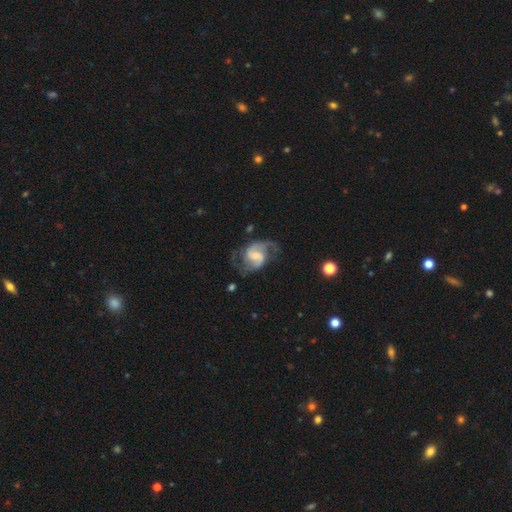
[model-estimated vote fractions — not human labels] A featured or disk galaxy (86%) with a weak bar (55%), 2 (88%) medium (51%) spiral arms (96%) and a small central bulge (45%).

Vote fractions:
- Smooth or featured? featured or disk: 86% / smooth: 9% / star or artifact: 5%
- Edge-on disk? no: 98% / yes: 2%
- Bar? weak: 55% / no: 28% / strong: 18%
- Spiral arms? yes: 96% / no: 4%
- Spiral winding? medium: 51% / loose: 34% / tight: 15%
- Spiral arm count? 2: 88% / can't tell: 5% / 1: 3% / 3: 2% / 4: 1% / more than 4: 1%
- Bulge size? small: 45% / moderate: 37% / none: 11% / large: 6% / dominant: 1%
- Merging? none: 63% / minor disturbance: 20% / major disturbance: 15% / merger: 2%